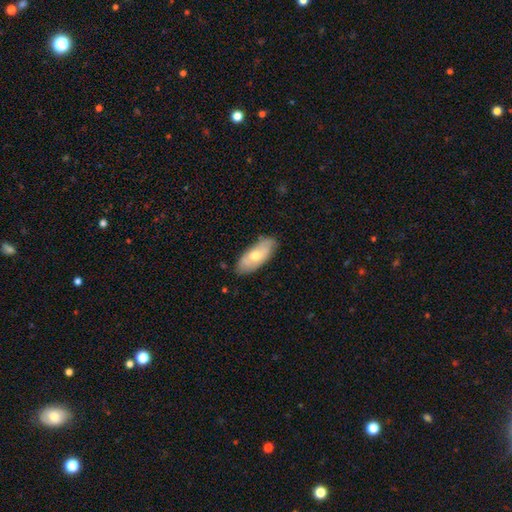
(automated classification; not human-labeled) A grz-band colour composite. It shows a smooth galaxy with no disk features (53%) that is in between round and cigar-shaped (82%). Merging: none (83%).